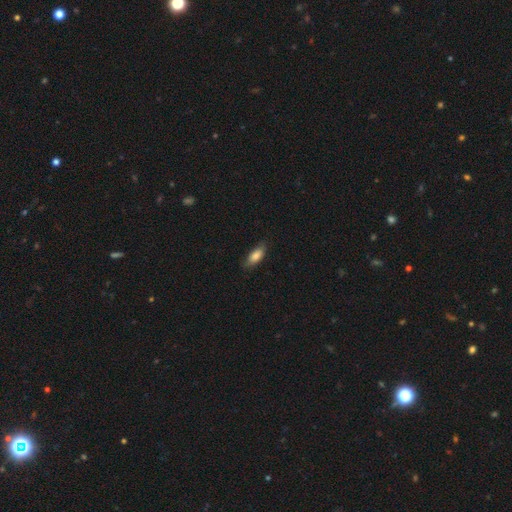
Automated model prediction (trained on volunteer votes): Morphology: type=smooth (81%); roundness=in between (77%); merging=none (78%).